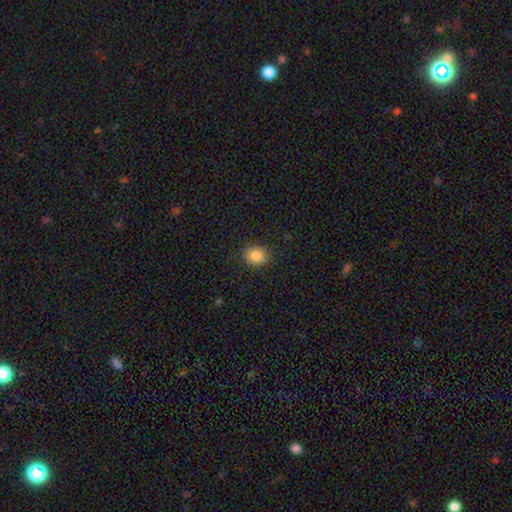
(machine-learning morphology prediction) Smooth or featured: smooth — 86% (star or artifact — 10%)
How rounded: round — 64% (in between — 35%)
Merging: none — 89% (minor disturbance — 8%)